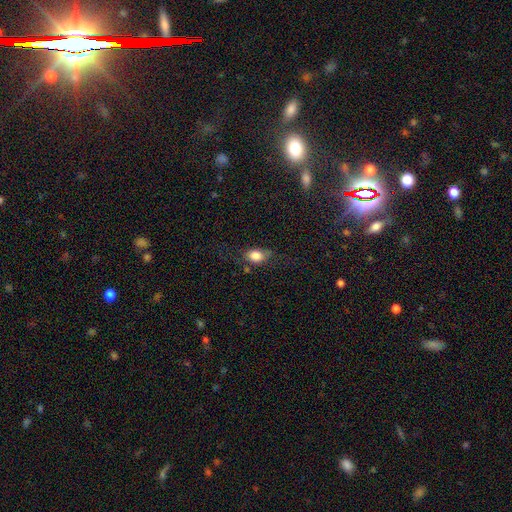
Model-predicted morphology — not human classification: Smooth or featured?
  - smooth: 81% *
  - featured or disk: 10%
  - star or artifact: 9%
How rounded?
  - in between: 72% *
  - round: 25%
  - cigar-shaped: 3%
Merging?
  - none: 58% *
  - minor disturbance: 26%
  - major disturbance: 13%
  - merger: 3%